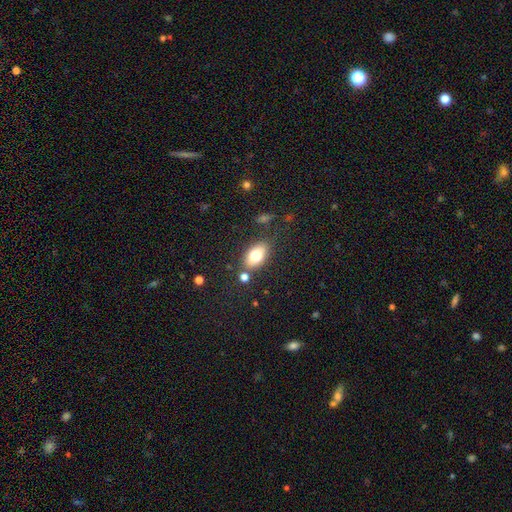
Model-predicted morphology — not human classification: A smooth galaxy with no disk features (79%) that is in between round and cigar-shaped (89%).

Vote fractions:
- Smooth or featured? smooth: 79% / featured or disk: 13% / star or artifact: 8%
- How rounded? in between: 89% / round: 8% / cigar-shaped: 3%
- Merging? none: 76% / minor disturbance: 13% / merger: 7% / major disturbance: 4%